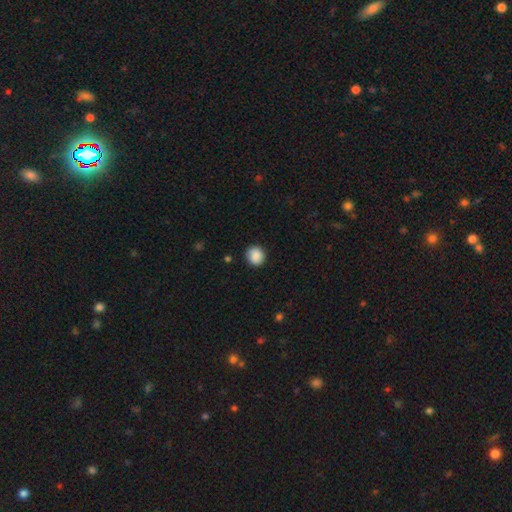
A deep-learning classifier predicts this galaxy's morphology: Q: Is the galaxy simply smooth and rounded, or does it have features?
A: smooth — 88%.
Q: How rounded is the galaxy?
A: round — 88%.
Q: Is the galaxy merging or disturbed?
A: none — 87%.